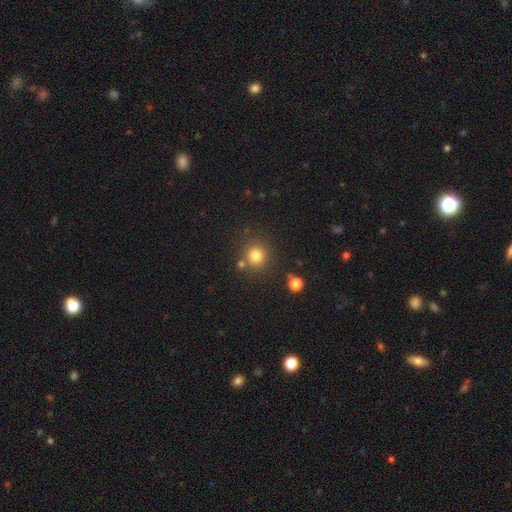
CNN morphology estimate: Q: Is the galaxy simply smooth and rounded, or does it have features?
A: smooth — 80%.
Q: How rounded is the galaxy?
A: round — 91%.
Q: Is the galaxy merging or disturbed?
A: none — 79%.